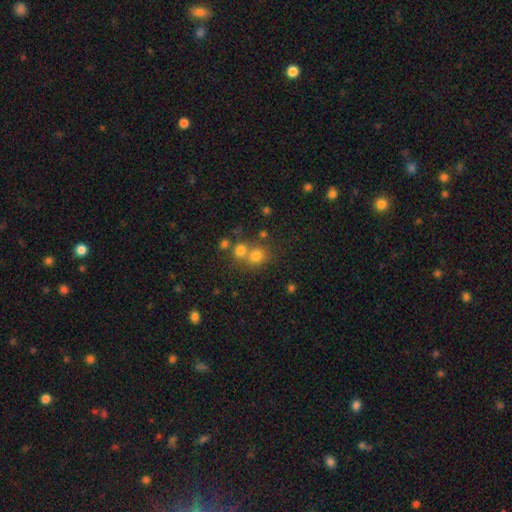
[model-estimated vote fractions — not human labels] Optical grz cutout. It shows a smooth galaxy with no disk features (73%) that is round (81%). Merging: none (48%).